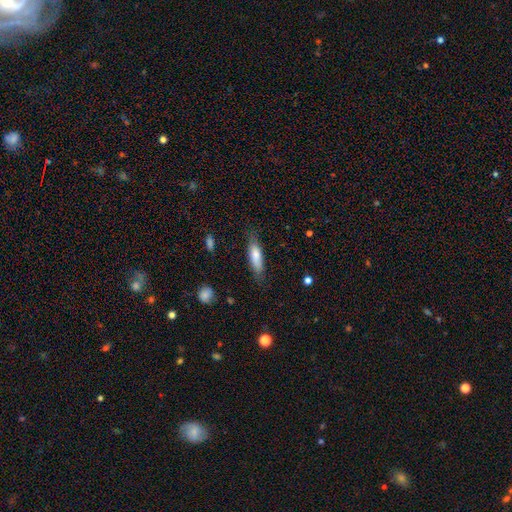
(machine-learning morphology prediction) This appears to be a smooth galaxy with no disk features (76%) that is cigar-shaped (59%). Merging: none (77%).